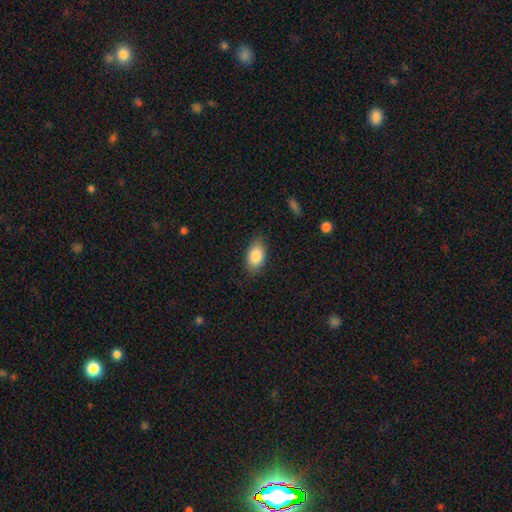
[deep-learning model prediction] Morphology: type=smooth (84%); roundness=in between (92%); merging=none (84%).